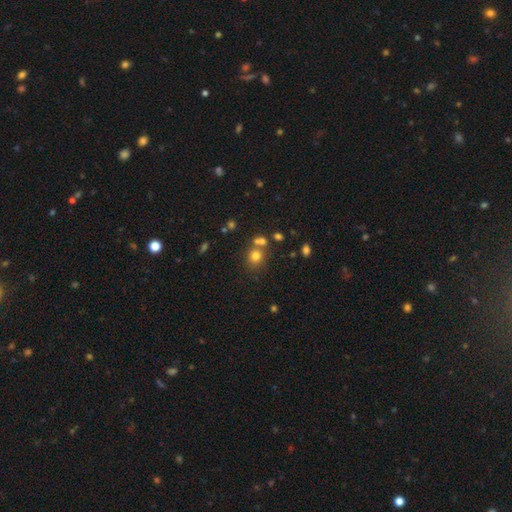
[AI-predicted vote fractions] This appears to be a smooth galaxy with no disk features (74%) that is round (80%). Merging: none (61%).